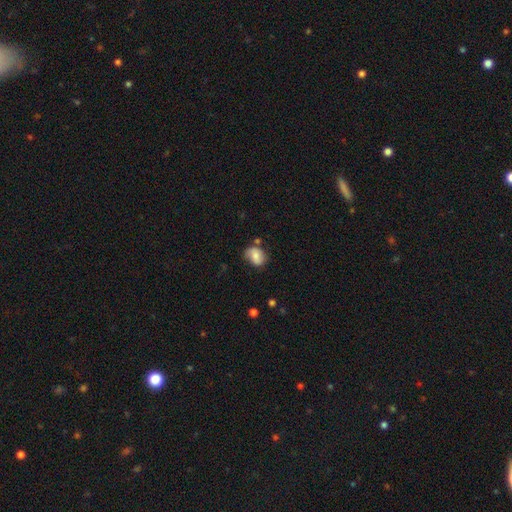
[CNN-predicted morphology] The model was most divided on "how rounded": in between: 61%, round: 38%, cigar-shaped: 1%. More confident: smooth or featured — smooth (66%); merging — none (61%).